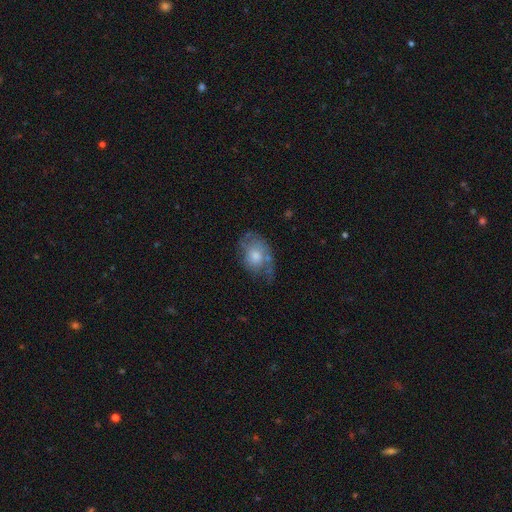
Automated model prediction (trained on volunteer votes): Overall: smooth (54%; featured or disk 38%). How rounded: in between (73%). Merging: none (42%; minor disturbance 32%).